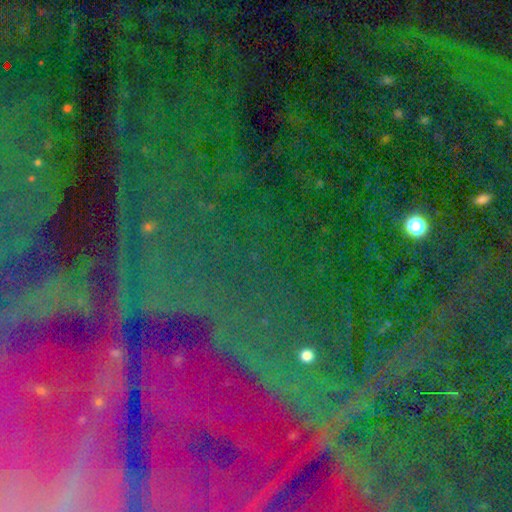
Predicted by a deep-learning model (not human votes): Q: Smooth or featured?
A: star or artifact (81%); runner-up: featured or disk (10%)